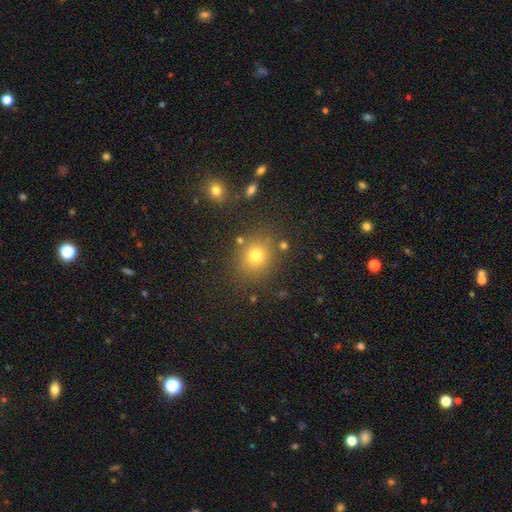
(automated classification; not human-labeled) The model was most divided on "how rounded": round: 75%, in between: 24%, cigar-shaped: 1%. More confident: merging — none (81%); smooth or featured — smooth (76%).